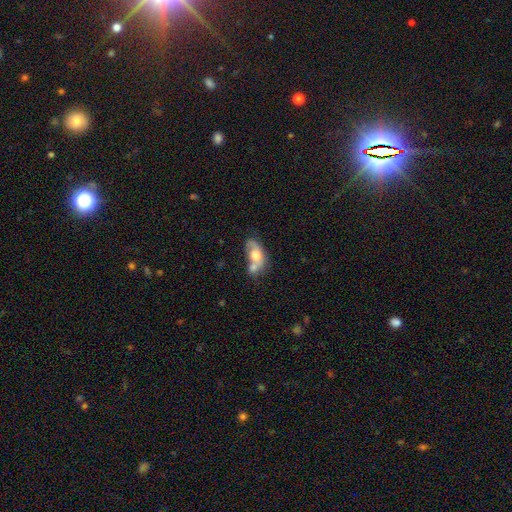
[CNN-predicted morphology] The model was most divided on "smooth or featured": smooth: 56%, featured or disk: 37%, star or artifact: 7%. More confident: how rounded — in between (83%); merging — merger (56%).